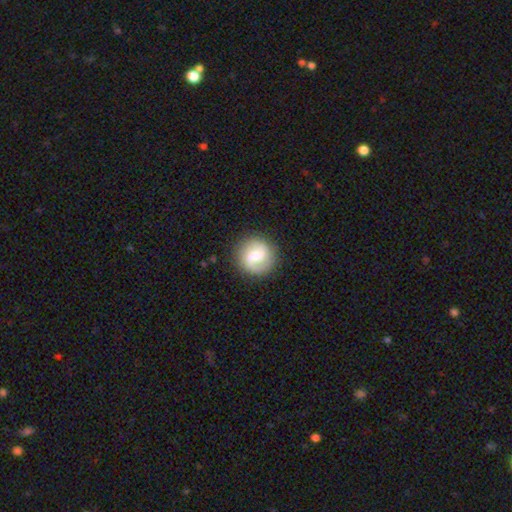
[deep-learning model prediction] A featured or disk galaxy (61%) with a weak bar (56%), 2 (76%) medium (43%) spiral arms (91%) and a moderate central bulge (50%).

Vote fractions:
- Smooth or featured? featured or disk: 61% / smooth: 32% / star or artifact: 6%
- Edge-on disk? no: 98% / yes: 2%
- Bar? weak: 56% / no: 30% / strong: 14%
- Spiral arms? yes: 91% / no: 9%
- Spiral winding? medium: 43% / loose: 35% / tight: 22%
- Spiral arm count? 2: 76% / 1: 15% / can't tell: 6% / 3: 1% / 4: 1% / more than 4: 1%
- Bulge size? moderate: 50% / small: 35% / large: 9% / none: 5% / dominant: 2%
- Merging? none: 84% / minor disturbance: 10% / major disturbance: 4% / merger: 1%